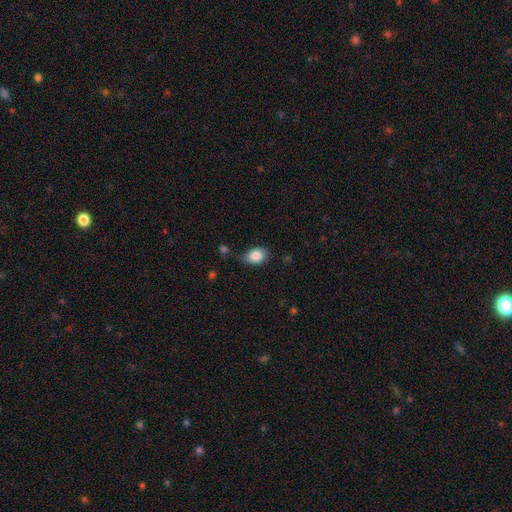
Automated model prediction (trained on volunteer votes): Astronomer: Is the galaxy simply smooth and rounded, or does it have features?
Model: smooth — 86%.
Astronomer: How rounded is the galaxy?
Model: in between — 65%.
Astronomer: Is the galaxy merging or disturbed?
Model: none — 59%.